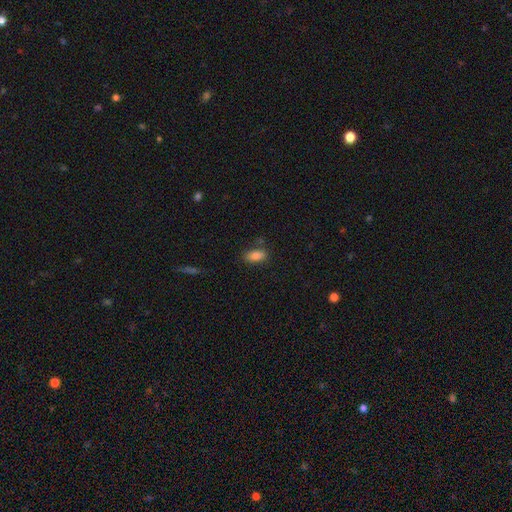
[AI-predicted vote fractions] smooth_or_featured: smooth (p=0.85) [alt: star or artifact p=0.09]
how_rounded: in between (p=0.90) [alt: cigar-shaped p=0.06]
merging: none (p=0.78) [alt: minor disturbance p=0.13]